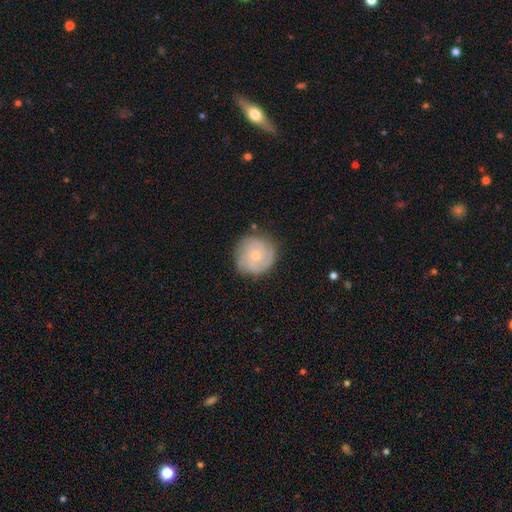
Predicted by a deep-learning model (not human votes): Smooth or featured? featured or disk (67%)
Edge-on disk? no (98%)
Bar? no (80%)
Spiral arms? yes (88%)
Spiral winding? tight (64%)
Spiral arm count? can't tell (31%)
Bulge size? small (68%)
Merging? none (80%)